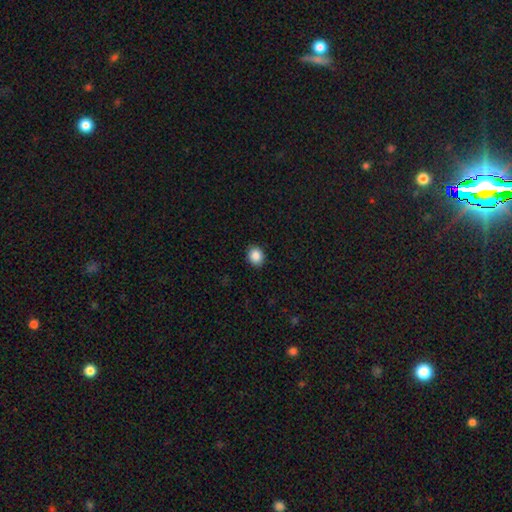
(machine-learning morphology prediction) type=smooth (87%); roundness=round (68%); merging=none (91%).